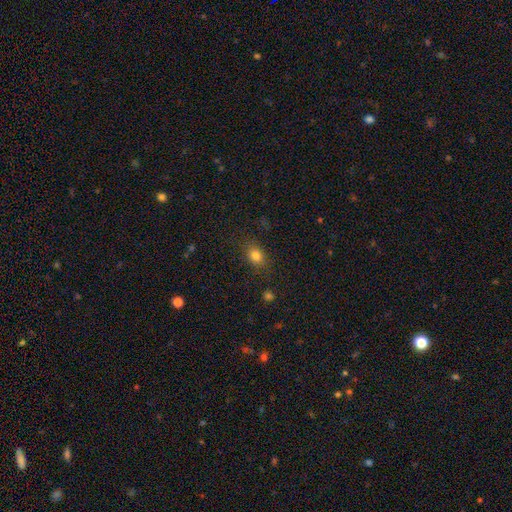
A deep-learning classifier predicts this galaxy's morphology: A smooth galaxy with no disk features (81%) that is in between round and cigar-shaped (56%).

Vote fractions:
- Smooth or featured? smooth: 81% / star or artifact: 12% / featured or disk: 7%
- How rounded? in between: 56% / round: 42% / cigar-shaped: 2%
- Merging? none: 83% / minor disturbance: 12% / major disturbance: 4% / merger: 1%